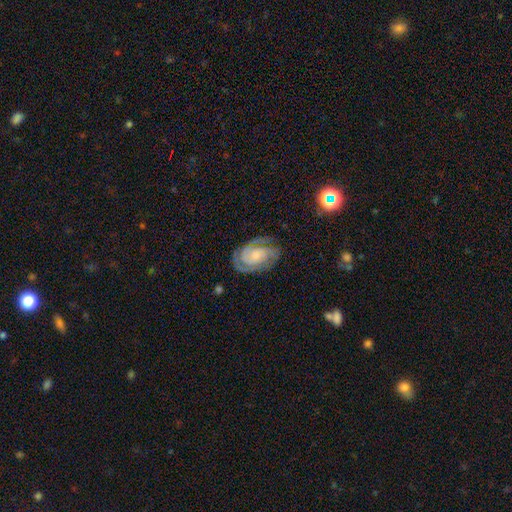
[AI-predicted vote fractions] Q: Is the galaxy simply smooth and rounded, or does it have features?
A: featured or disk — 82%.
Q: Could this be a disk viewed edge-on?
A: no — 97%.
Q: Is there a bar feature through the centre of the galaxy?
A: no — 66%.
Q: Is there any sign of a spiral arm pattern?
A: yes — 96%.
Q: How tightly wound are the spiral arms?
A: tight — 63%.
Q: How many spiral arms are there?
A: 2 — 56%.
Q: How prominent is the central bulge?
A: small — 56%.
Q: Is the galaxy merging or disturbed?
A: none — 76%.